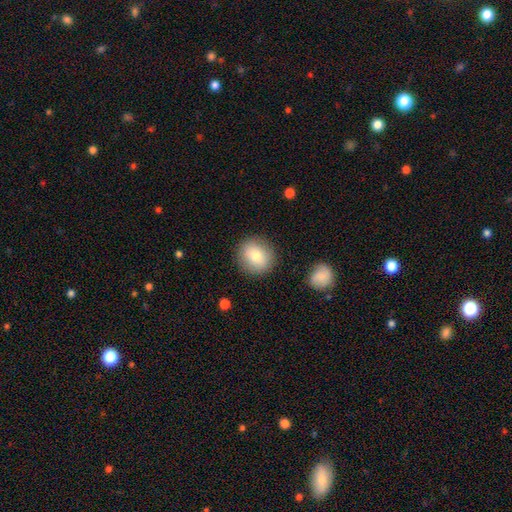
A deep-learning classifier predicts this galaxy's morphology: smooth-or-featured: smooth: 78% | featured or disk: 14% | star or artifact: 9%
  how-rounded: round: 88% | in between: 11% | cigar-shaped: 1%
  merging: none: 88% | minor disturbance: 8% | major disturbance: 3% | merger: 2%